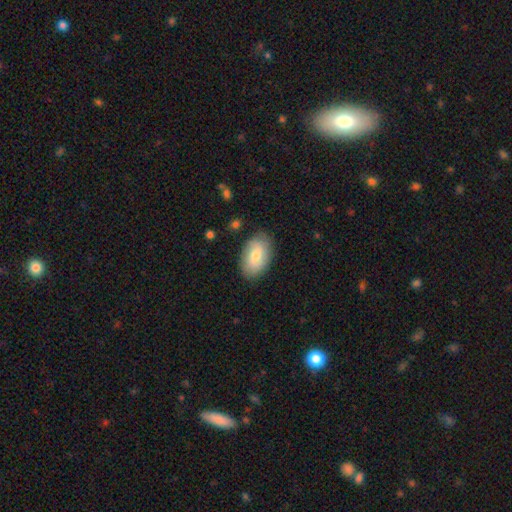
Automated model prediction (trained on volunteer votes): Q: Smooth or featured?
A: smooth (71%); runner-up: featured or disk (23%)
Q: How rounded?
A: in between (92%); runner-up: round (6%)
Q: Merging?
A: none (84%); runner-up: minor disturbance (12%)